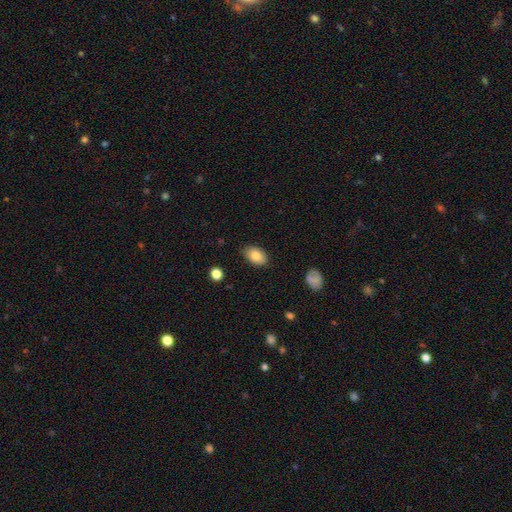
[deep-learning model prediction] smooth-or-featured: smooth: 85% | featured or disk: 8% | star or artifact: 8%
  how-rounded: in between: 89% | round: 9% | cigar-shaped: 1%
  merging: none: 84% | minor disturbance: 12% | major disturbance: 2% | merger: 1%